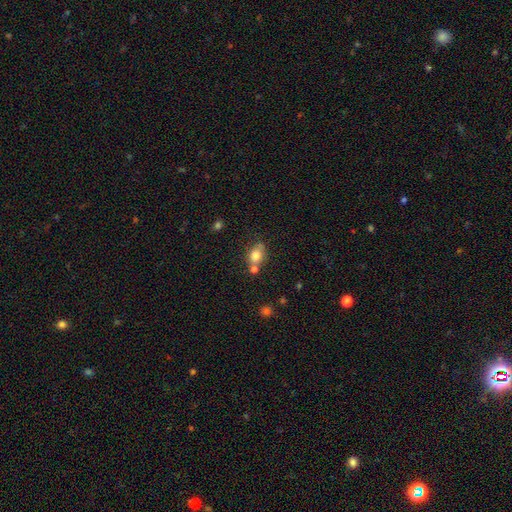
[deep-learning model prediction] Morphology: type=smooth (79%); roundness=in between (56%); merging=none (51%).